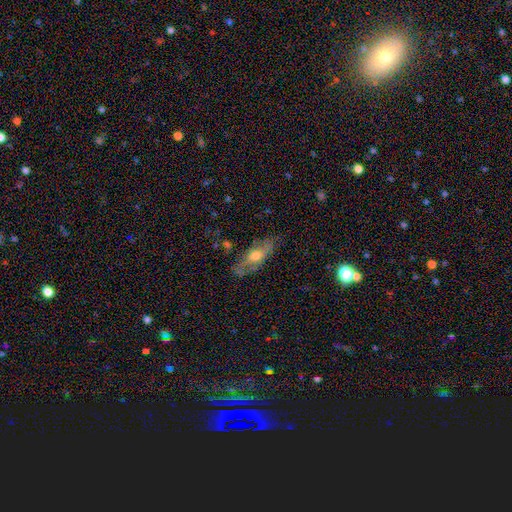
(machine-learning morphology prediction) This is possibly a smooth galaxy (50%). Merging: likely none (73%).